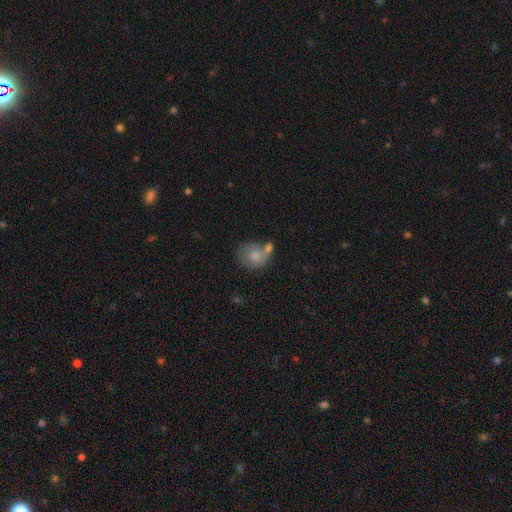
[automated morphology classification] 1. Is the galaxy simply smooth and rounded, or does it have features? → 79% smooth, 14% featured or disk, 8% star or artifact.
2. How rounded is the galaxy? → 68% round, 31% in between, 1% cigar-shaped.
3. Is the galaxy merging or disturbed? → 39% merger, 35% none, 16% minor disturbance, 10% major disturbance.